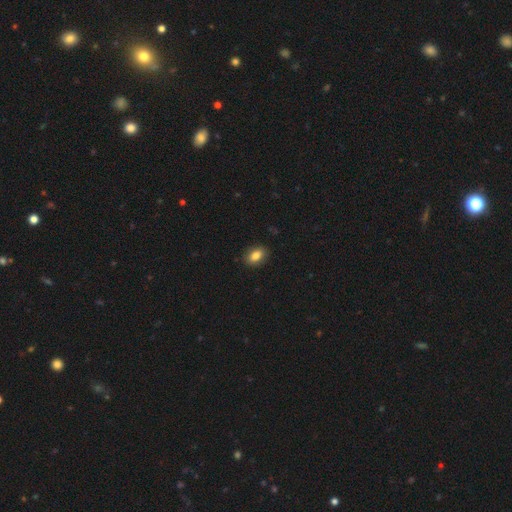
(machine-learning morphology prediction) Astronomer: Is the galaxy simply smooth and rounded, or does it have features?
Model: smooth — 84%.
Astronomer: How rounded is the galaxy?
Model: in between — 85%.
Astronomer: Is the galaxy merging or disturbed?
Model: none — 88%.